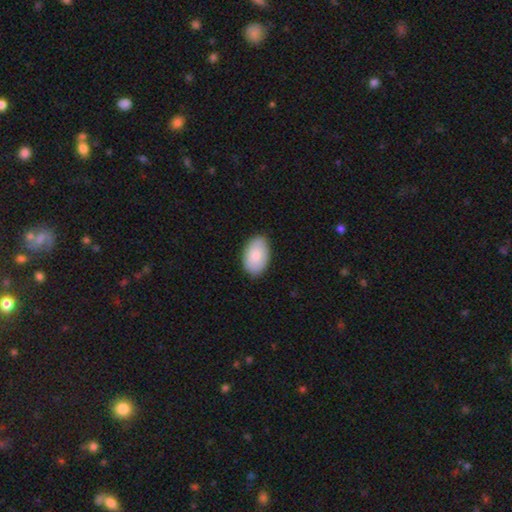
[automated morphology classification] smooth-or-featured: smooth: 84% | featured or disk: 11% | star or artifact: 5%
  how-rounded: in between: 93% | round: 6% | cigar-shaped: 1%
  merging: none: 85% | minor disturbance: 12% | major disturbance: 2% | merger: 1%